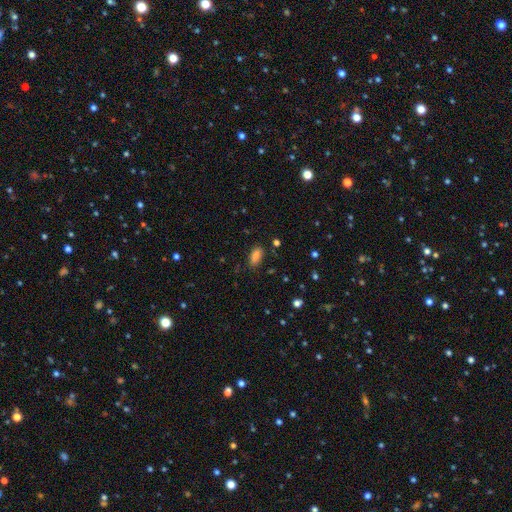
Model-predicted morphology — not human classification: Smooth or featured? smooth (83%)
How rounded? in between (87%)
Merging? none (83%)